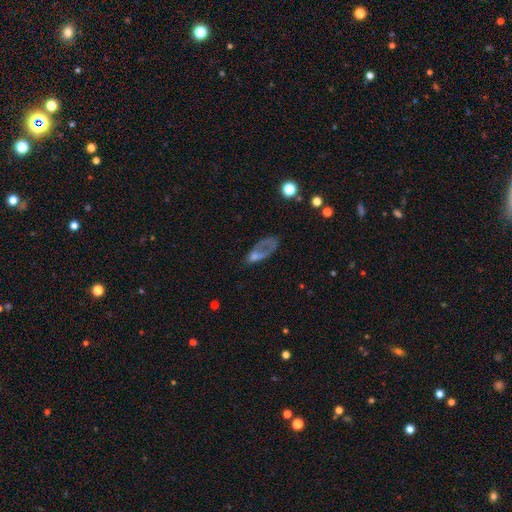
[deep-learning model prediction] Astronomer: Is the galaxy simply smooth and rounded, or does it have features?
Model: featured or disk — 44% (runner-up: smooth, 40%).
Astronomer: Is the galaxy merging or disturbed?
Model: major disturbance — 41% (runner-up: none, 32%).